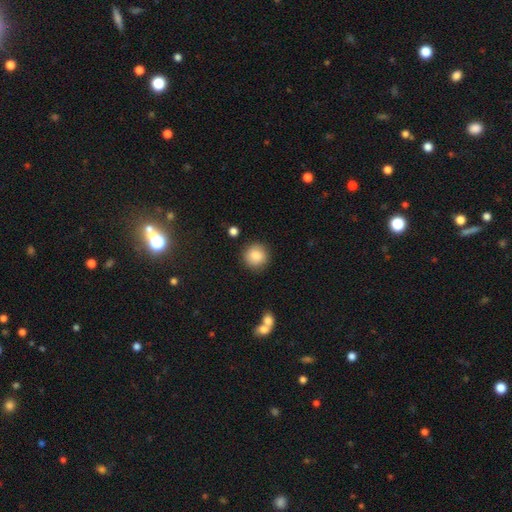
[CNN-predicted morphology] type=smooth (86%); roundness=round (93%); merging=none (88%).